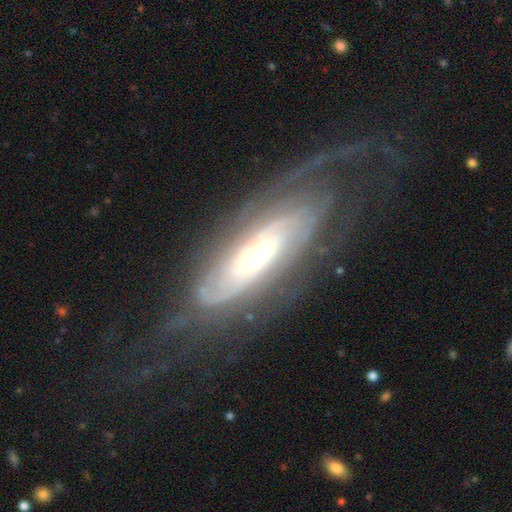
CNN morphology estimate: Smooth or featured? featured or disk (84%)
Edge-on disk? no (85%)
Bar? no (55%)
Spiral arms? yes (92%)
Spiral winding? tight (62%)
Spiral arm count? can't tell (43%)
Bulge size? moderate (60%)
Merging? none (57%)